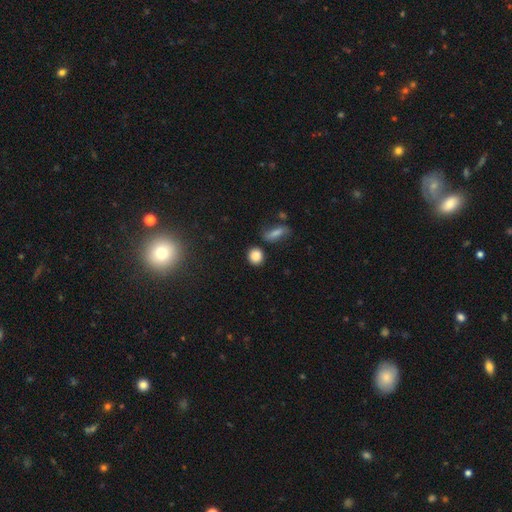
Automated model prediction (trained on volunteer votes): smooth_or_featured: smooth (p=0.85) [alt: star or artifact p=0.10]
how_rounded: round (p=0.76) [alt: in between p=0.22]
merging: none (p=0.80) [alt: minor disturbance p=0.11]